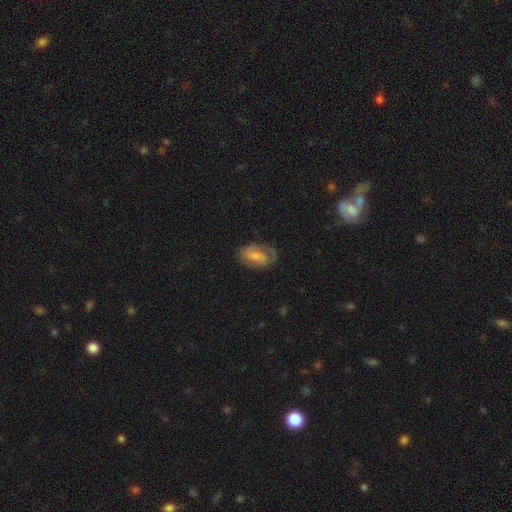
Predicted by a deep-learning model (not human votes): Smooth or featured: featured or disk — 56% (smooth — 37%)
Edge-on disk: no — 96% (yes — 4%)
Bar: weak — 47% (no — 38%)
Spiral arms: yes — 82% (no — 18%)
Bulge size: small — 40% (moderate — 27%)
Merging: none — 58% (minor disturbance — 25%)